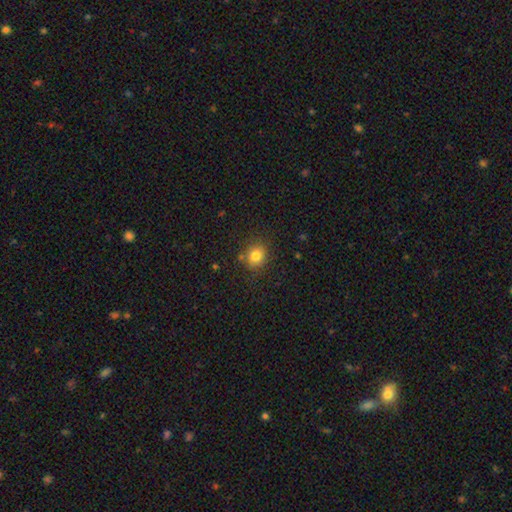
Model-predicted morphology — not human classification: This appears to be a smooth galaxy with no disk features (80%) that is round (73%). Merging: none (81%).